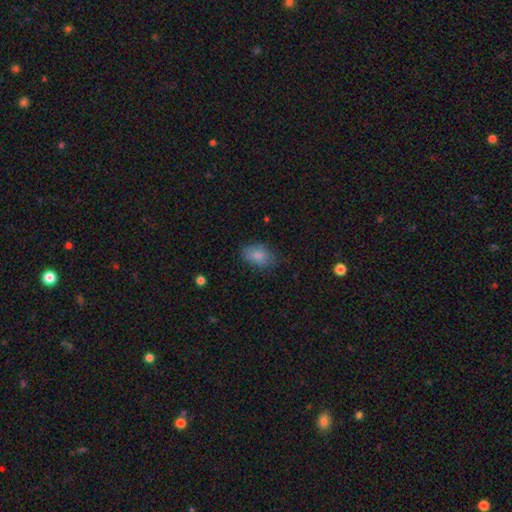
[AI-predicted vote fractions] Smooth or featured?
  - smooth: 80% *
  - star or artifact: 12%
  - featured or disk: 9%
How rounded?
  - in between: 85% *
  - round: 13%
  - cigar-shaped: 2%
Merging?
  - none: 80% *
  - minor disturbance: 16%
  - major disturbance: 4%
  - merger: 1%